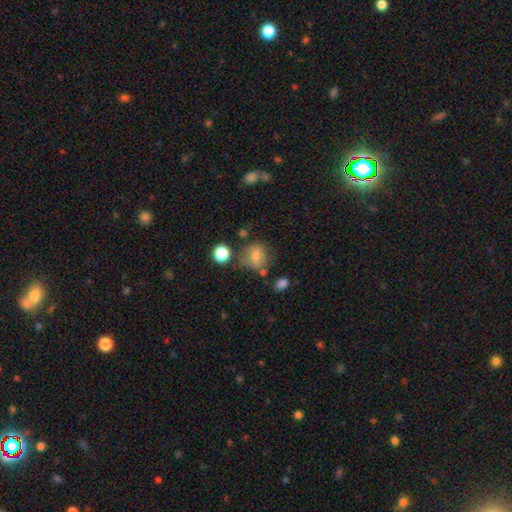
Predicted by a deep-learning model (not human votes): This is likely a smooth galaxy (65%). How rounded: likely round (77%). Merging: likely none (61%).